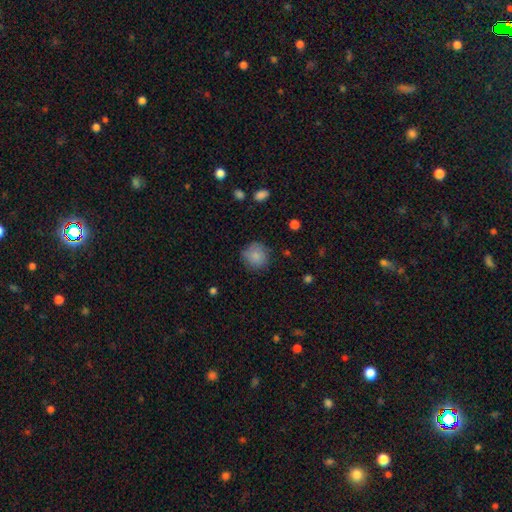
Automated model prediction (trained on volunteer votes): Smooth or featured? Predicted: smooth (p=0.84). How rounded? Predicted: round (p=0.89). Merging? Predicted: none (p=0.77).